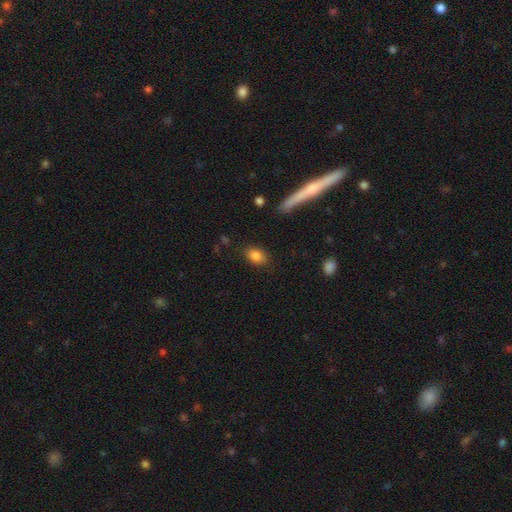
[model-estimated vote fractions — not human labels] This is clearly a smooth galaxy (85%). How rounded: clearly in between (83%). Merging: clearly none (85%).